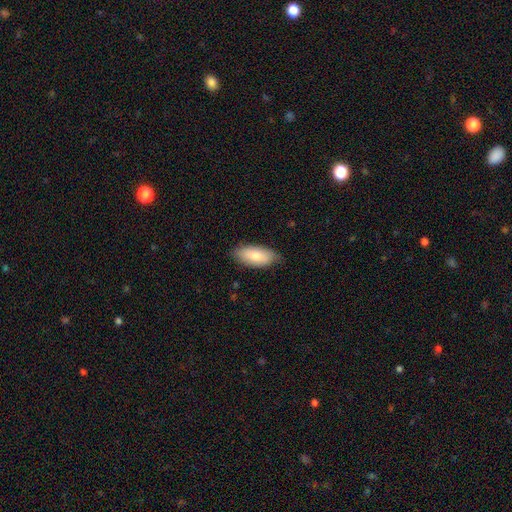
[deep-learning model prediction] smooth 78%, featured or disk 16%, star or artifact 6%. Down the decision tree: how rounded — in between (90%); merging — none (79%).